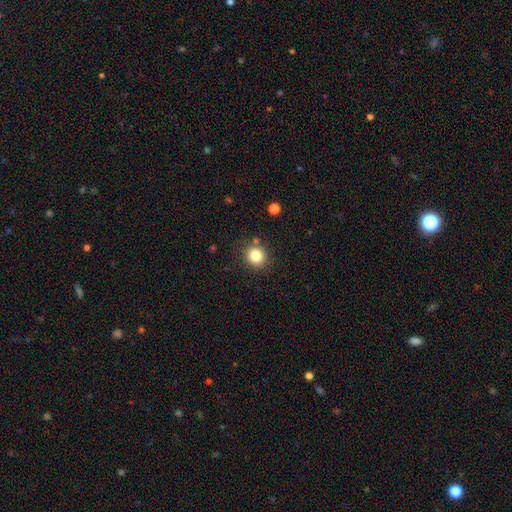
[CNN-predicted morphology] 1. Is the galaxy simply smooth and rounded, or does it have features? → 83% smooth, 11% star or artifact, 6% featured or disk.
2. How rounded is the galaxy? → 87% round, 12% in between, 1% cigar-shaped.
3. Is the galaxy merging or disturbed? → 84% none, 9% minor disturbance, 4% merger, 3% major disturbance.